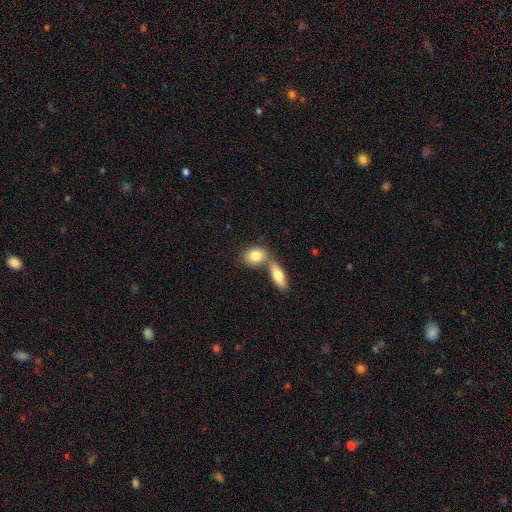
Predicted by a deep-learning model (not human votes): This is clearly a smooth galaxy (80%). How rounded: likely in between (68%). Merging: possibly merger (49%).